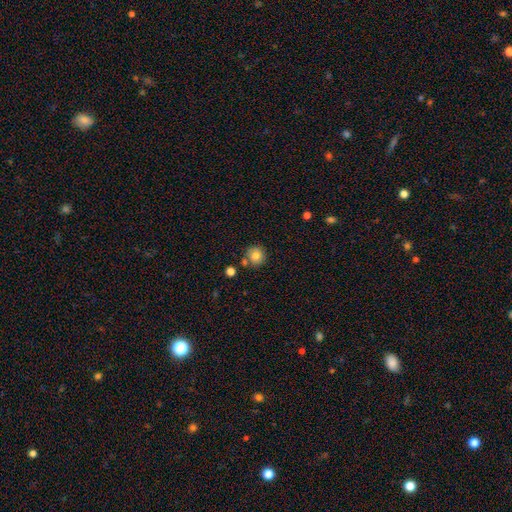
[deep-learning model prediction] Smooth or featured? Predicted: smooth (p=0.81). How rounded? Predicted: round (p=0.92). Merging? Predicted: none (p=0.76).